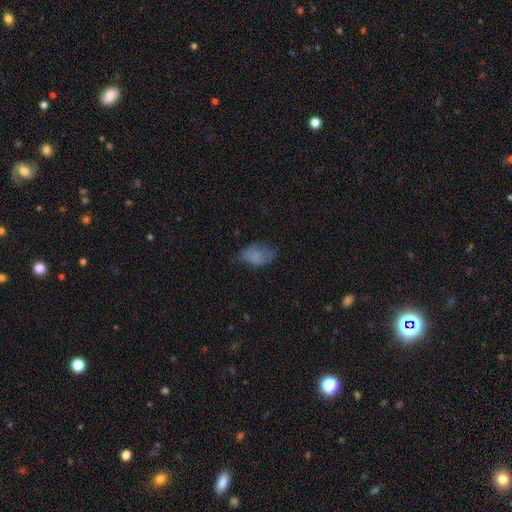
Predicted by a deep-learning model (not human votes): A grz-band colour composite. It shows a smooth galaxy with no disk features (70%) that is in between round and cigar-shaped (90%). Merging: none (50%).